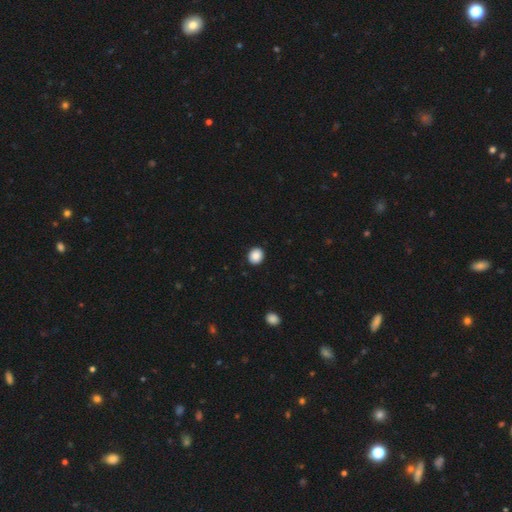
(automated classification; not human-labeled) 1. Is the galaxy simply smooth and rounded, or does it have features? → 88% smooth, 9% star or artifact, 4% featured or disk.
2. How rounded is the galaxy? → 75% round, 24% in between, 1% cigar-shaped.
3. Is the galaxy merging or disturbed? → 92% none, 6% minor disturbance, 2% major disturbance, 1% merger.